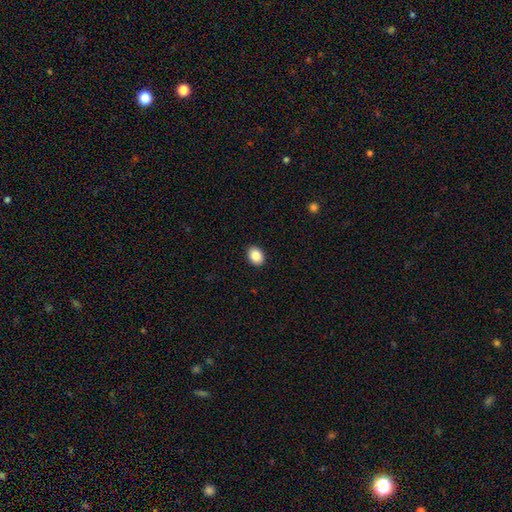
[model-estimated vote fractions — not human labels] smooth_or_featured: smooth (p=0.86) [alt: star or artifact p=0.08]
how_rounded: in between (p=0.62) [alt: round p=0.37]
merging: none (p=0.91) [alt: minor disturbance p=0.06]